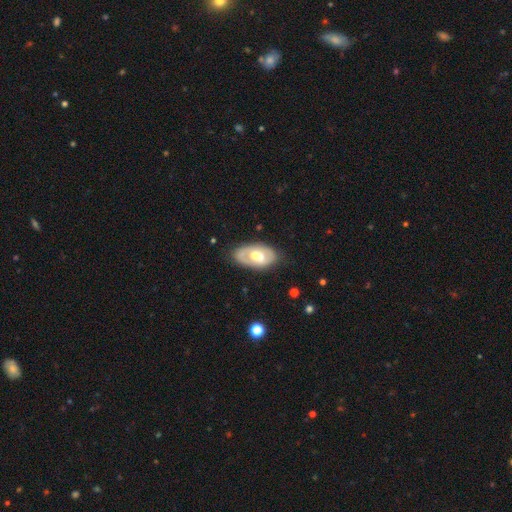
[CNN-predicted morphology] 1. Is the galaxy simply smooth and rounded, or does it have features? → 57% featured or disk, 38% smooth, 5% star or artifact.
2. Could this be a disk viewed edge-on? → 90% no, 10% yes.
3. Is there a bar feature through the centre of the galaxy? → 64% no, 26% weak, 9% strong.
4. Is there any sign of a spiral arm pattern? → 70% no, 30% yes.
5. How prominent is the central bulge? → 71% moderate, 15% large, 11% small, 1% none, 1% dominant.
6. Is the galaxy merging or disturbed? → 76% none, 17% minor disturbance, 5% major disturbance, 2% merger.